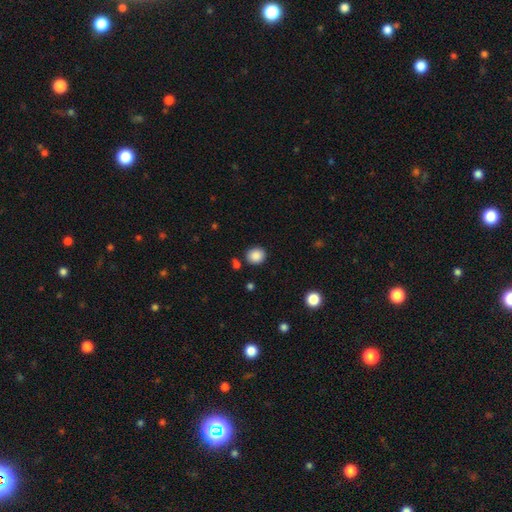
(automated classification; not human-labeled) A smooth galaxy with no disk features (88%) that is round (82%). Merging: none (86%).